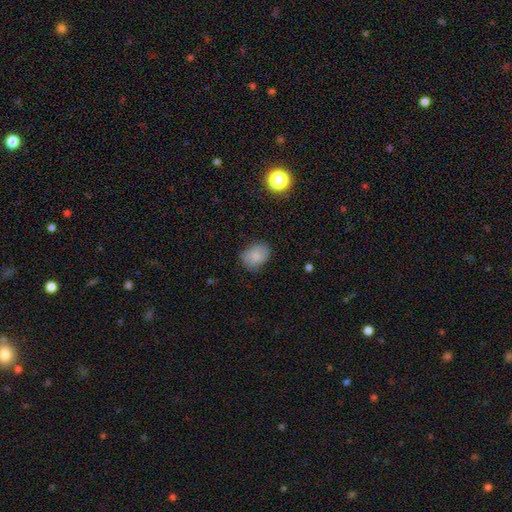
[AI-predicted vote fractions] smooth 80%, featured or disk 11%, star or artifact 9%. Down the decision tree: how rounded — in between (62%); merging — none (73%).